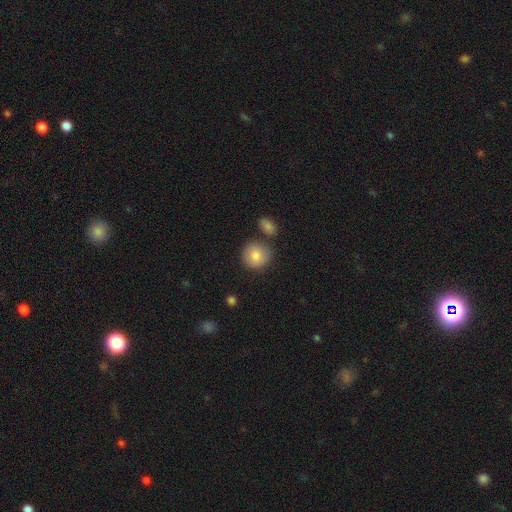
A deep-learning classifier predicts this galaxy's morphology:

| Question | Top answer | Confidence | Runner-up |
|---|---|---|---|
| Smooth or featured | smooth | 83% | featured or disk (10%) |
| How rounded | round | 89% | in between (10%) |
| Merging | none | 75% | minor disturbance (12%) |